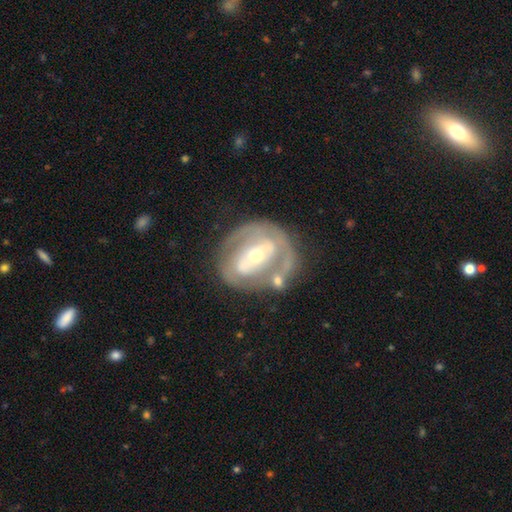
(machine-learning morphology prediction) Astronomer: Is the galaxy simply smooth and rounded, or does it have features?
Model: featured or disk — 76%.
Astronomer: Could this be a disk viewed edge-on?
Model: no — 94%.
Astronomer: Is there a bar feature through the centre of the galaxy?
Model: strong — 47% (runner-up: weak, 29%).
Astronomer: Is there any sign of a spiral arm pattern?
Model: yes — 53% (runner-up: no, 47%).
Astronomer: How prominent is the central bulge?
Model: moderate — 48% (runner-up: small, 46%).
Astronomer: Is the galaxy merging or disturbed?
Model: none — 60%.